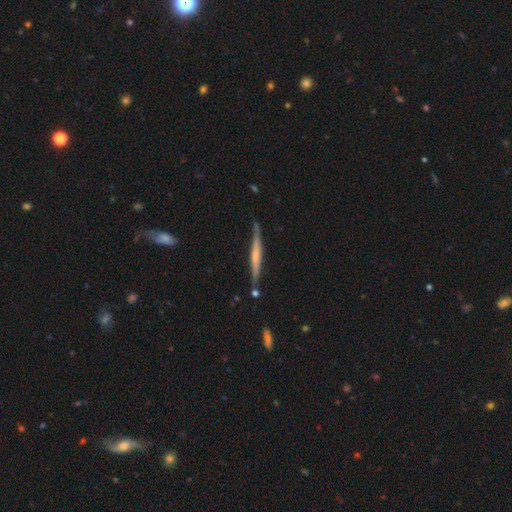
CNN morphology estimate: A featured or disk galaxy (63%) viewed edge-on (97%) with a rounded central bulge (44%). Merging: none (84%).